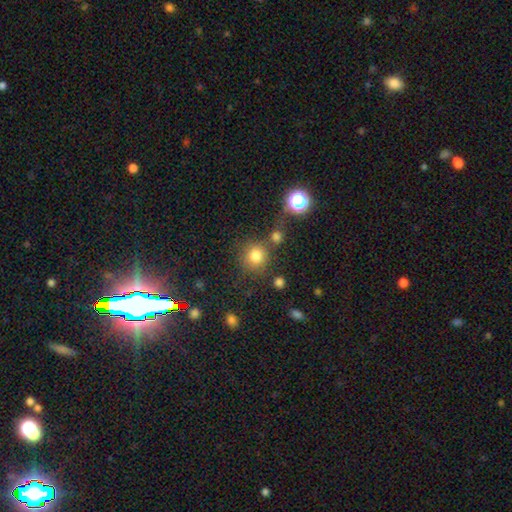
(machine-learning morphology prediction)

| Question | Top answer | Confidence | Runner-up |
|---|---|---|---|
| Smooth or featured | smooth | 79% | star or artifact (14%) |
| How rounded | round | 90% | in between (9%) |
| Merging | none | 70% | merger (14%) |